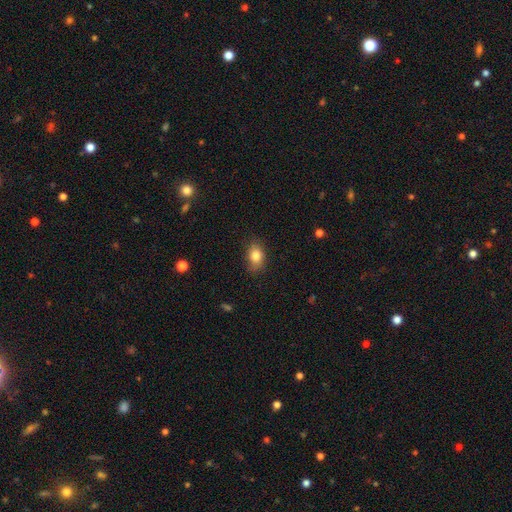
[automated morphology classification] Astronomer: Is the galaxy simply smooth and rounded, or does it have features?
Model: smooth — 82%.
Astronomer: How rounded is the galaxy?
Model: in between — 77%.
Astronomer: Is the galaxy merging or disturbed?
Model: none — 79%.